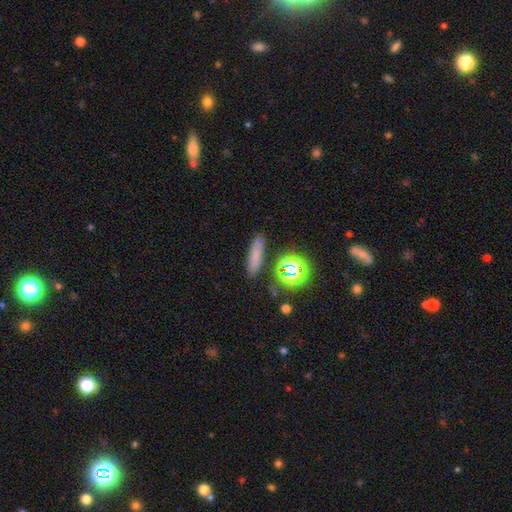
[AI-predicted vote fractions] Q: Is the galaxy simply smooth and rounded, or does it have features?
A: smooth — 69%.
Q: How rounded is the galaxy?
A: cigar-shaped — 68%.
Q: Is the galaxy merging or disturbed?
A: none — 82%.